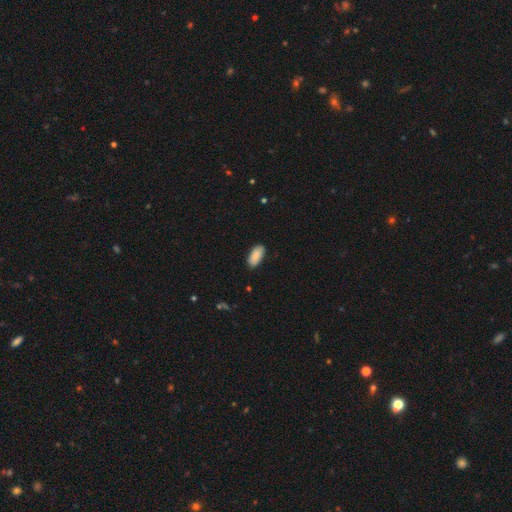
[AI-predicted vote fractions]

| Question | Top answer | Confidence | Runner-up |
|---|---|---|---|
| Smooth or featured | smooth | 90% | star or artifact (6%) |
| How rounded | in between | 91% | cigar-shaped (7%) |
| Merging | none | 87% | minor disturbance (10%) |